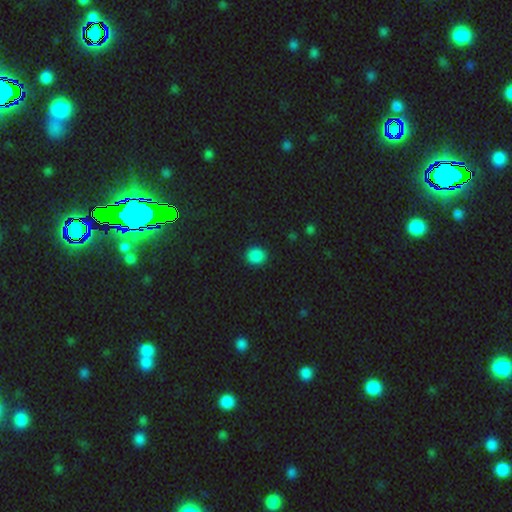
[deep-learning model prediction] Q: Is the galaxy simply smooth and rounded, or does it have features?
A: smooth — 87%.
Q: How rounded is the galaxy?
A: round — 76%.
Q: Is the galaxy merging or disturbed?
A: none — 91%.